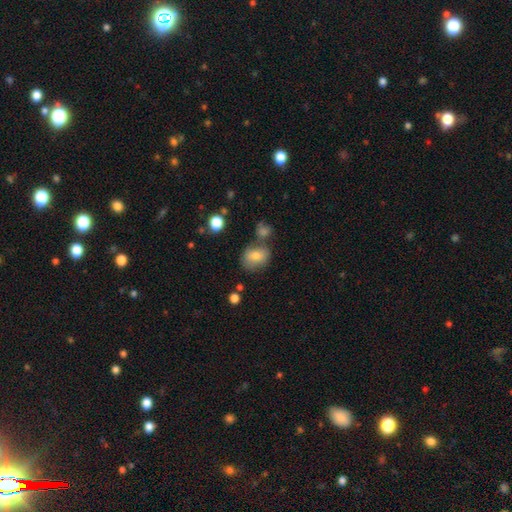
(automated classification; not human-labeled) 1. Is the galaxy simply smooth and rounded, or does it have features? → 76% smooth, 14% featured or disk, 10% star or artifact.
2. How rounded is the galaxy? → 50% in between, 49% round, 1% cigar-shaped.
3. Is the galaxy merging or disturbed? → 59% none, 18% minor disturbance, 18% merger, 6% major disturbance.